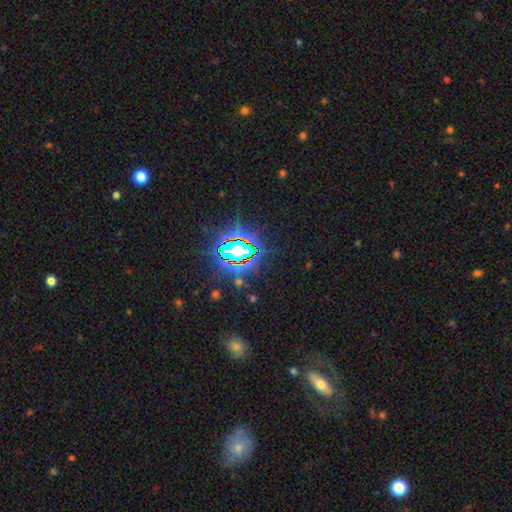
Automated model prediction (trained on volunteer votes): This is clearly a star or artifact rather than a galaxy (82%).